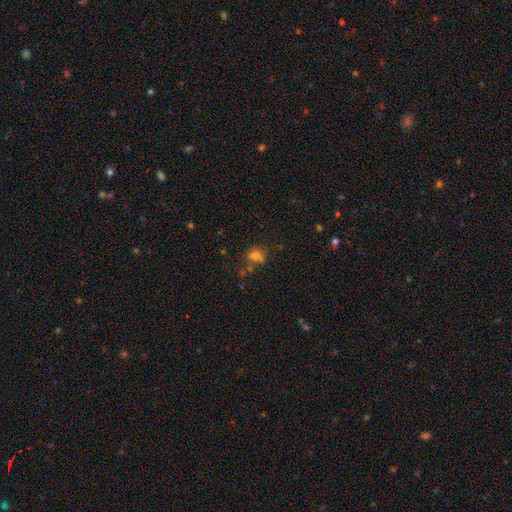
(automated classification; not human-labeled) Smooth or featured?
  - smooth: 67% *
  - star or artifact: 18%
  - featured or disk: 15%
How rounded?
  - round: 57% *
  - in between: 41%
  - cigar-shaped: 2%
Merging?
  - none: 54% *
  - merger: 20%
  - minor disturbance: 18%
  - major disturbance: 8%